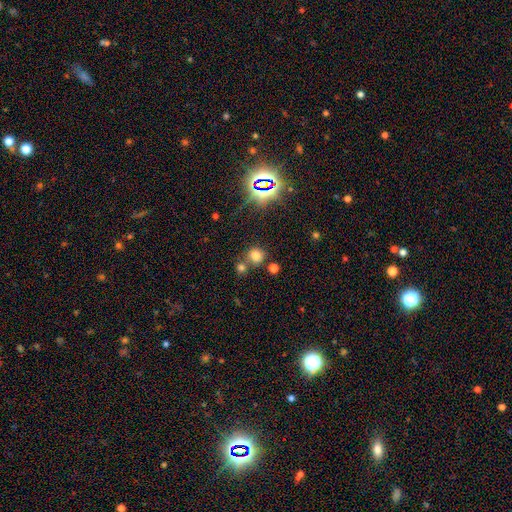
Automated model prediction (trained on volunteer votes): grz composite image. It shows a smooth galaxy with no disk features (72%) that is round (86%). Merging: none (63%).